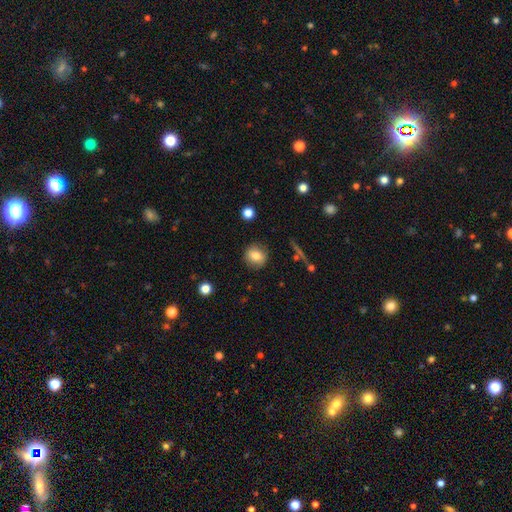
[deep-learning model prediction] Overall: smooth (80%). How rounded: round (82%). Merging: none (88%).